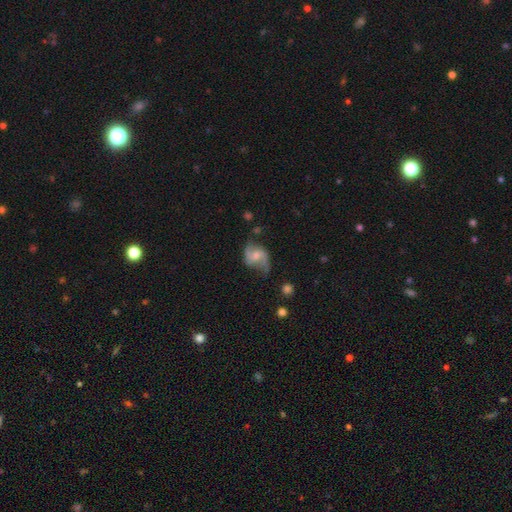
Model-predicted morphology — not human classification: smooth-or-featured: featured or disk: 80% | smooth: 14% | star or artifact: 6%
  disk-edge-on: no: 98% | yes: 2%
    bar: weak: 45% (tied) | no: 45% (tied) | strong: 9%
    has-spiral-arms: yes: 94% | no: 6%
      spiral-winding: loose: 50% | medium: 40% | tight: 11%
      spiral-arm-count: 2: 90% | can't tell: 4% | 1: 3% | 3: 2% | 4: 1% | more than 4: 1%
    bulge-size: moderate: 52% | small: 33% | none: 8% | large: 5% | dominant: 1%
  merging: none: 60% | minor disturbance: 25% | major disturbance: 12% | merger: 3%